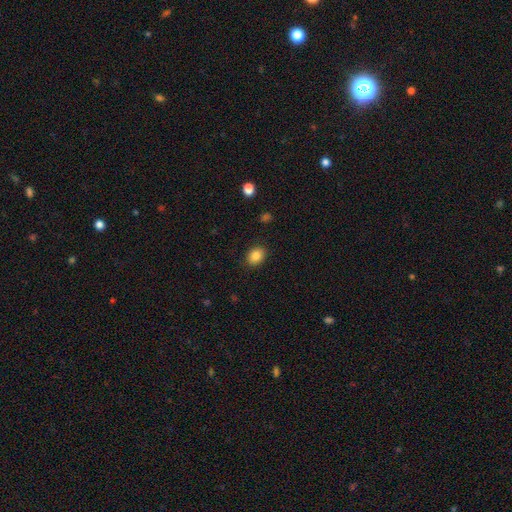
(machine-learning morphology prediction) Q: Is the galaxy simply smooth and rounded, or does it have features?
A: smooth — 86%.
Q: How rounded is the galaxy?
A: in between — 61%.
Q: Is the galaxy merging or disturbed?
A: none — 87%.